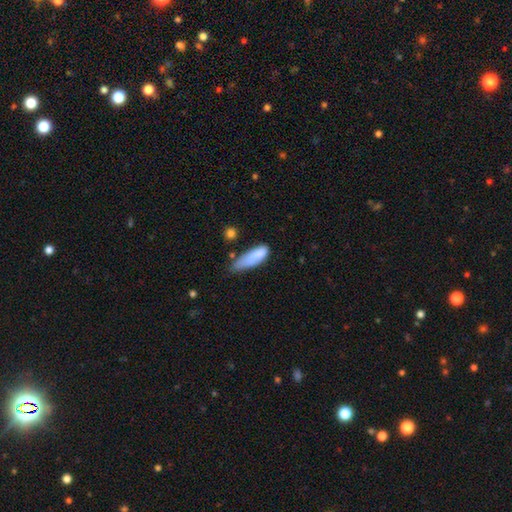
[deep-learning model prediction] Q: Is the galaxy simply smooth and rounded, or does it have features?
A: smooth — 79%.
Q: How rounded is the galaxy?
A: in between — 58%.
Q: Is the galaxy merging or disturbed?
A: minor disturbance — 46%.